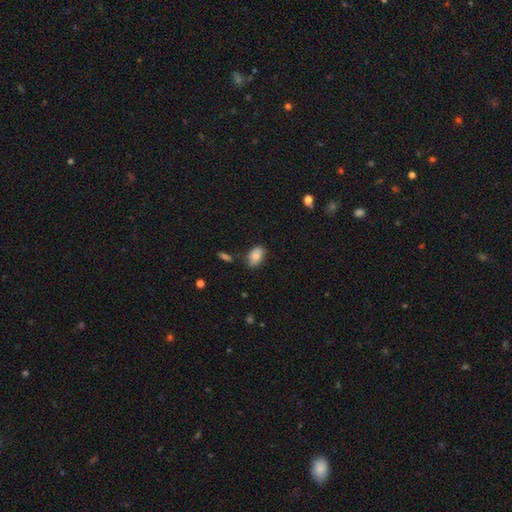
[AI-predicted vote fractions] The model was most divided on "merging": none: 69%, minor disturbance: 22%, major disturbance: 4%, merger: 4%. More confident: how rounded — in between (88%); smooth or featured — smooth (79%).